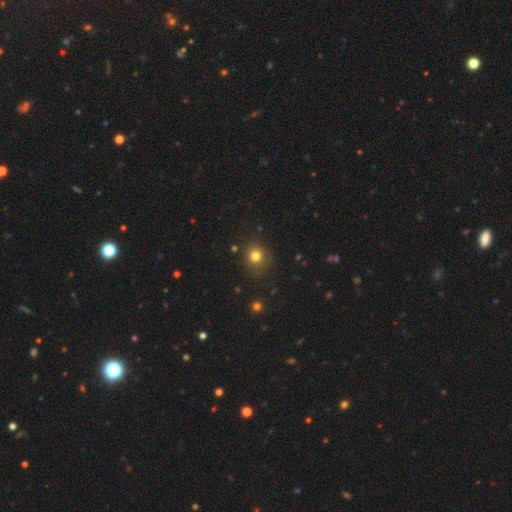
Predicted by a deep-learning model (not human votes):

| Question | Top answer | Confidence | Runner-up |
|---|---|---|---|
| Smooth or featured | smooth | 79% | star or artifact (15%) |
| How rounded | round | 87% | in between (12%) |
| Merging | none | 86% | minor disturbance (9%) |